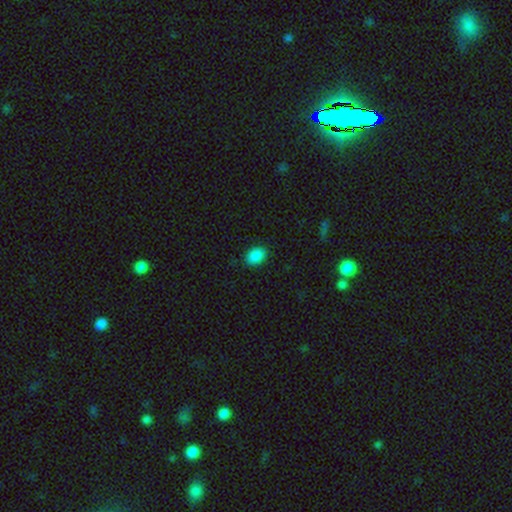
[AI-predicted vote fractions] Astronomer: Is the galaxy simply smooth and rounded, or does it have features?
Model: smooth — 88%.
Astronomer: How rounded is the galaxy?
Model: in between — 77%.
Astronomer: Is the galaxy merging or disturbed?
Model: none — 88%.